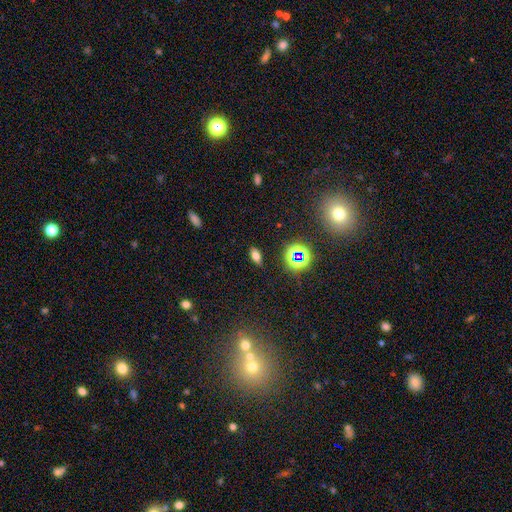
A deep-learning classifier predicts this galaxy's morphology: Smooth or featured? smooth (63%)
How rounded? in between (80%)
Merging? none (86%)